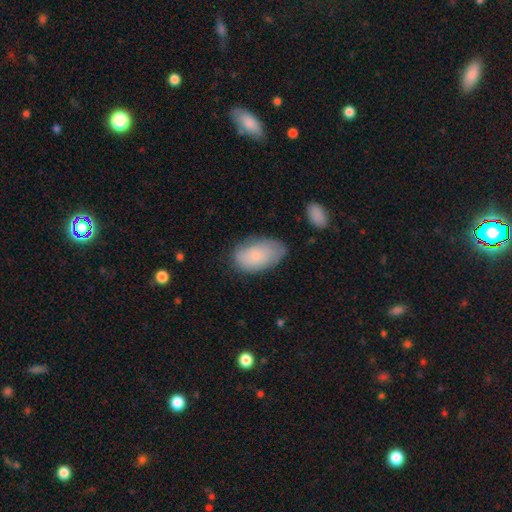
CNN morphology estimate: Smooth or featured: smooth — 79% (featured or disk — 15%)
How rounded: in between — 94% (round — 4%)
Merging: none — 66% (minor disturbance — 25%)